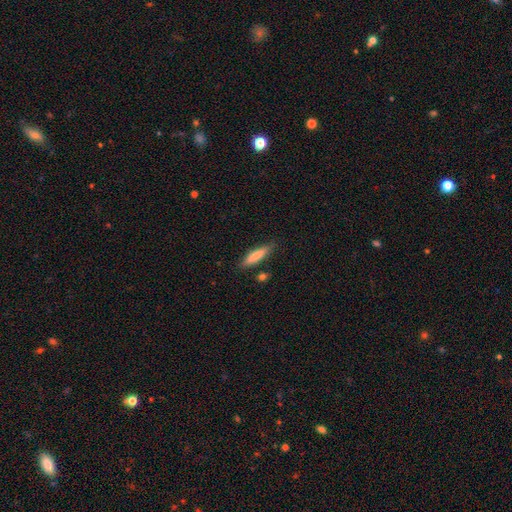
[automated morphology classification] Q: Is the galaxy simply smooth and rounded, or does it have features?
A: smooth — 79%.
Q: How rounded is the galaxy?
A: cigar-shaped — 78%.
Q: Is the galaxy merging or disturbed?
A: none — 82%.